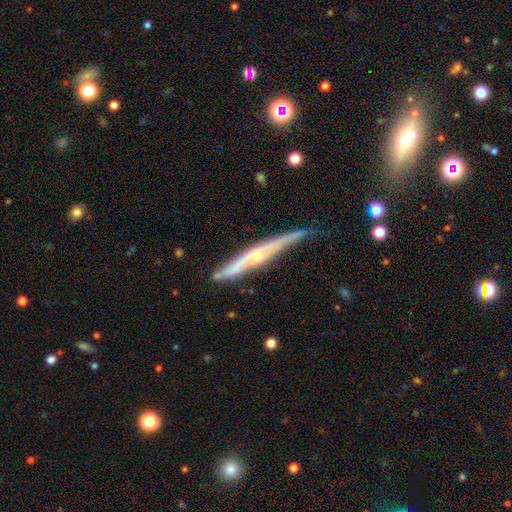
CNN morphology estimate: The model was most divided on "merging": none: 63%, minor disturbance: 29%, major disturbance: 5%, merger: 3%. More confident: edge-on disk — yes (94%); edge-on bulge — rounded (76%); smooth or featured — featured or disk (76%).